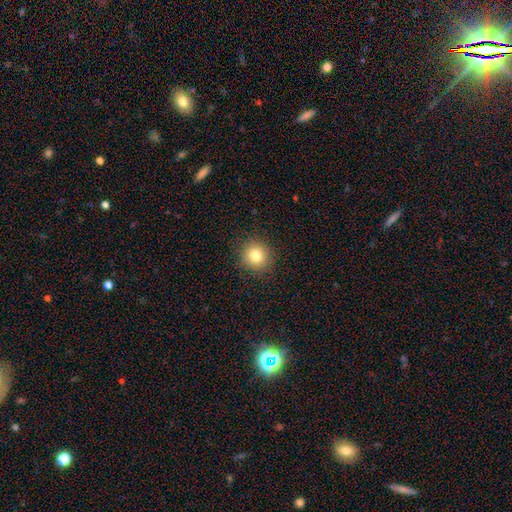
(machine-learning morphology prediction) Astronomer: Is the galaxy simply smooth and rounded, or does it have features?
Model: smooth — 81%.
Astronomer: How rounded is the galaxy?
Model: round — 92%.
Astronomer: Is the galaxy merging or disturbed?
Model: none — 90%.